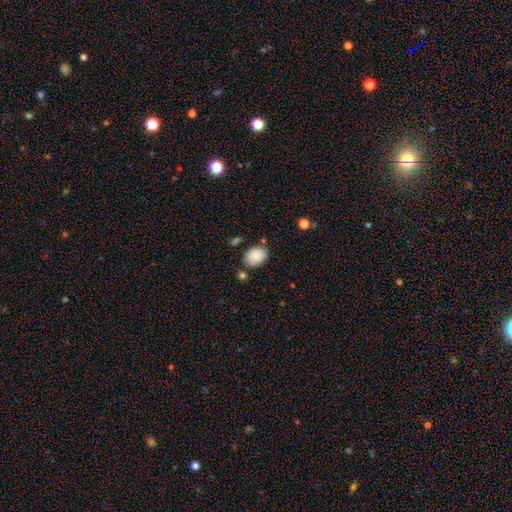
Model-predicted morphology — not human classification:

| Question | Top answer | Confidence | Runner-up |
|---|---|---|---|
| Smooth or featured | smooth | 82% | featured or disk (11%) |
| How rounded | in between | 73% | round (26%) |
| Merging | none | 73% | minor disturbance (17%) |